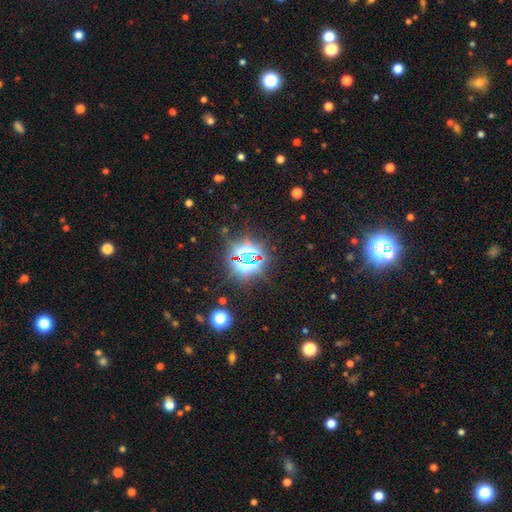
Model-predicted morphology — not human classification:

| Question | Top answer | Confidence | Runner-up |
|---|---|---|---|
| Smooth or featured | star or artifact | 79% | smooth (12%) |